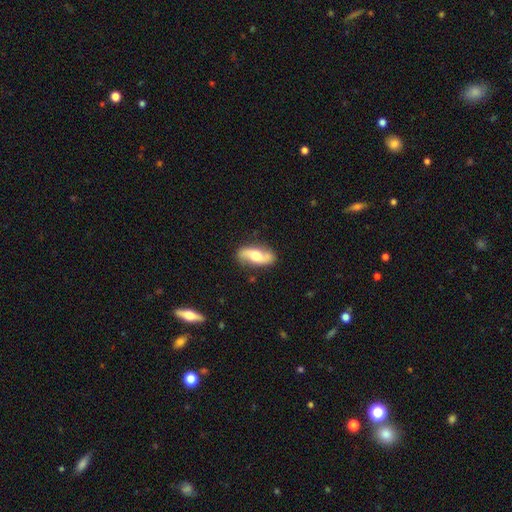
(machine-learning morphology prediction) Overall: featured or disk (62%; smooth 32%). Edge-on disk: no (87%). Bar: no (62%; weak 27%). Spiral arms: yes (86%). Bulge size: moderate (67%). Merging: none (81%).